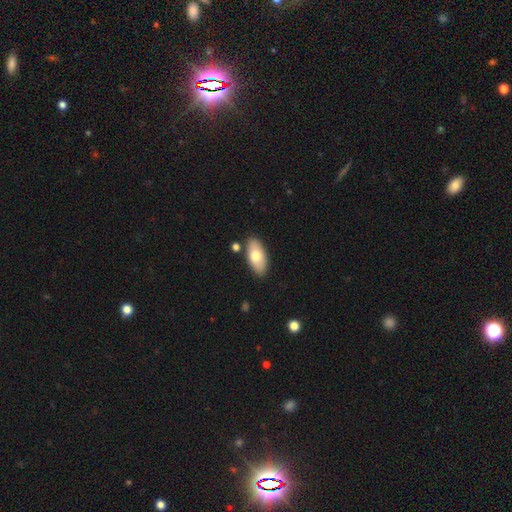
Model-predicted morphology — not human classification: type=smooth (70%); roundness=in between (93%); merging=none (84%).